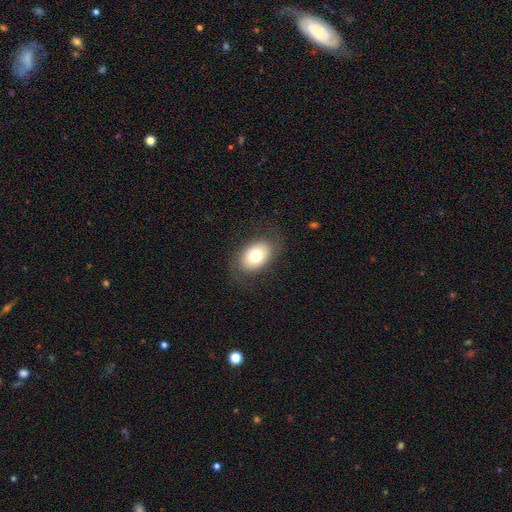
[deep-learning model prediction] A smooth galaxy with no disk features (76%) that is in between round and cigar-shaped (85%).

Vote fractions:
- Smooth or featured? smooth: 76% / featured or disk: 16% / star or artifact: 8%
- How rounded? in between: 85% / round: 14% / cigar-shaped: 1%
- Merging? none: 82% / minor disturbance: 12% / major disturbance: 5% / merger: 1%